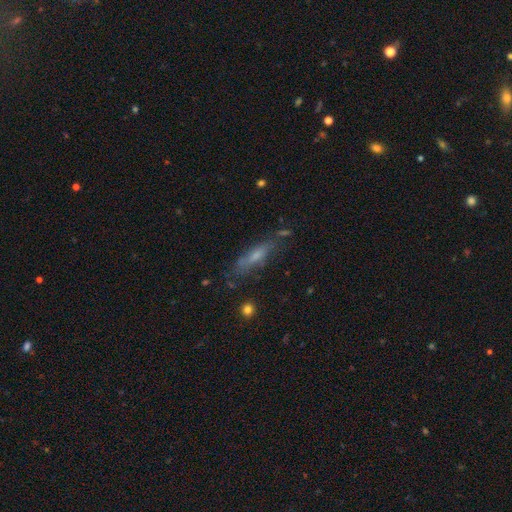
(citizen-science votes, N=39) Smooth or featured?
  - featured or disk: 56% *
  - smooth: 33%
  - star or artifact: 10%
Edge-on disk?
  - yes: 55% *
  - no: 45%
Edge-on bulge?
  - rounded: 58% *
  - none: 42%
  - boxy: 0%
Merging?
  - none: 63% *
  - minor disturbance: 26%
  - major disturbance: 6%
  - merger: 6%